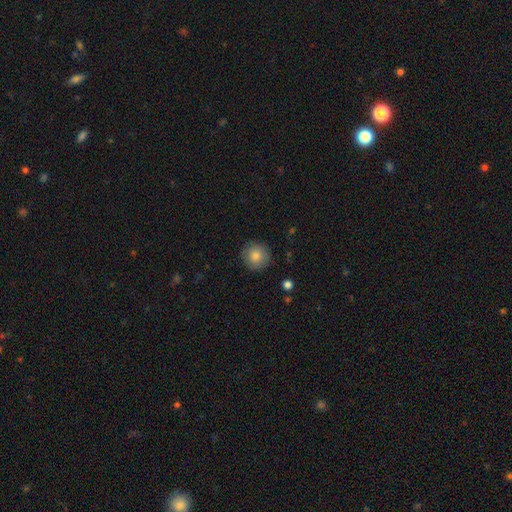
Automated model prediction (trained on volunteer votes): smooth 83%, featured or disk 9%, star or artifact 8%. Down the decision tree: how rounded — round (95%); merging — none (89%).